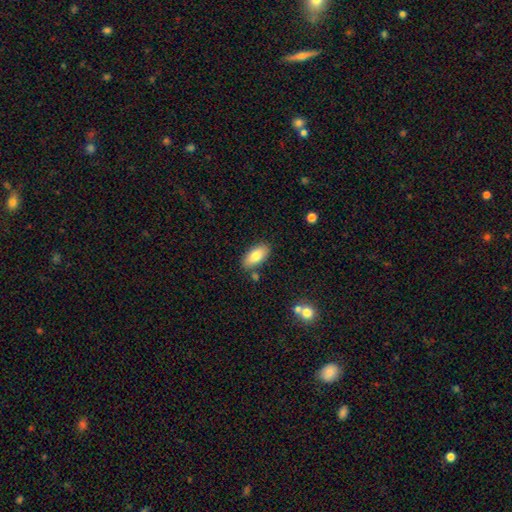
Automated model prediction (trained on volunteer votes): Smooth or featured?
  - smooth: 82% *
  - featured or disk: 11%
  - star or artifact: 7%
How rounded?
  - in between: 91% *
  - cigar-shaped: 7%
  - round: 2%
Merging?
  - none: 80% *
  - minor disturbance: 12%
  - merger: 5%
  - major disturbance: 3%